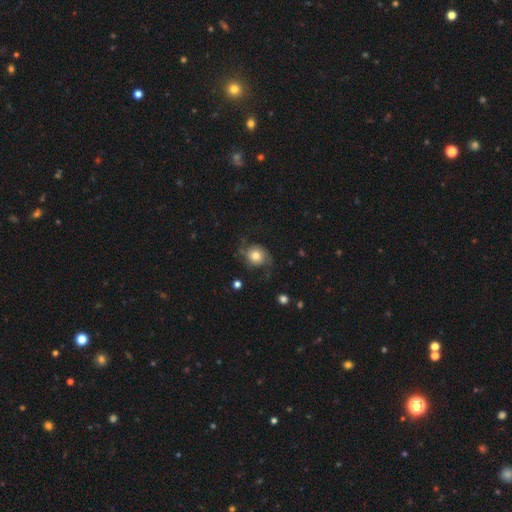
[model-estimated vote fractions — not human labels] Smooth or featured? Predicted: smooth (p=0.48). Merging? Predicted: none (p=0.61).